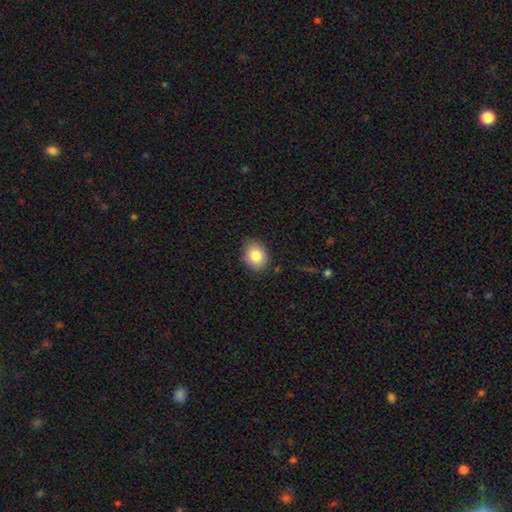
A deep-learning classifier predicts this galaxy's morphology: smooth_or_featured: smooth (p=0.83) [alt: star or artifact p=0.09]
how_rounded: in between (p=0.53) [alt: round p=0.46]
merging: none (p=0.85) [alt: minor disturbance p=0.12]